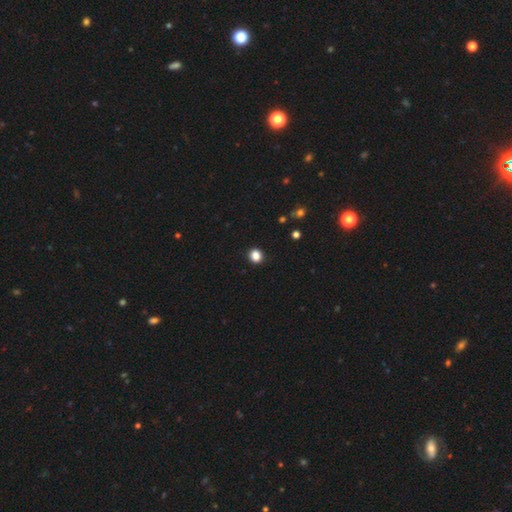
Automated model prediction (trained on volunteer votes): Smooth or featured: smooth — 85% (star or artifact — 12%)
How rounded: round — 79% (in between — 20%)
Merging: none — 91% (minor disturbance — 6%)